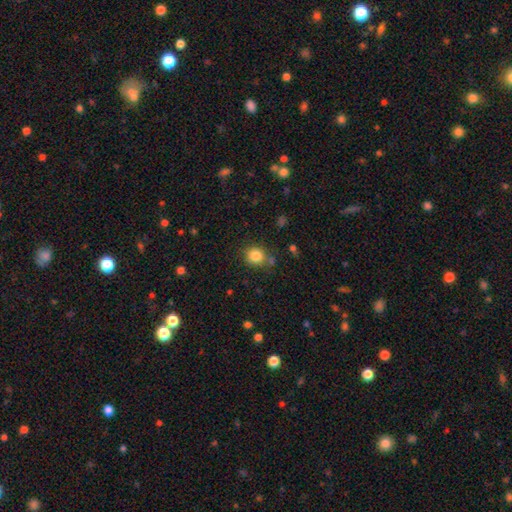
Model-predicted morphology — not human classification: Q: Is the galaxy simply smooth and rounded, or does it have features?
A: smooth — 83%.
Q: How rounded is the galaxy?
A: round — 82%.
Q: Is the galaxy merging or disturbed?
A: none — 79%.